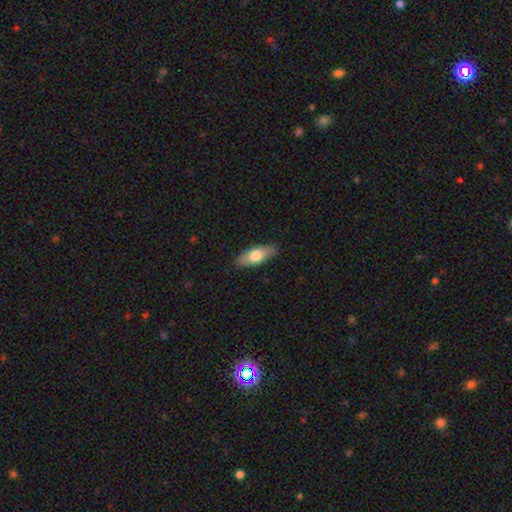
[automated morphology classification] This appears to be a smooth galaxy with no disk features (68%) that is in between round and cigar-shaped (75%). Merging: none (86%).